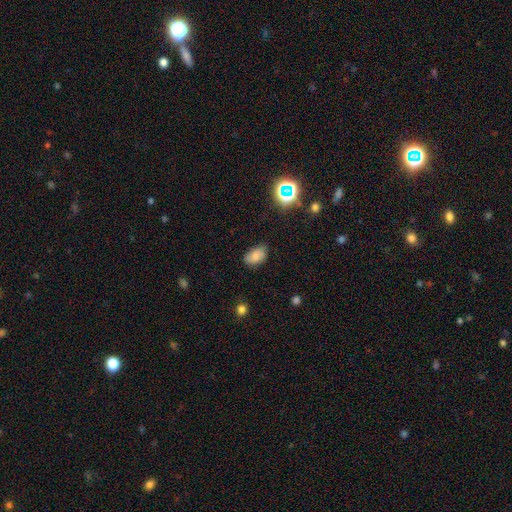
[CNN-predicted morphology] Smooth or featured? smooth (77%)
How rounded? in between (89%)
Merging? none (71%)